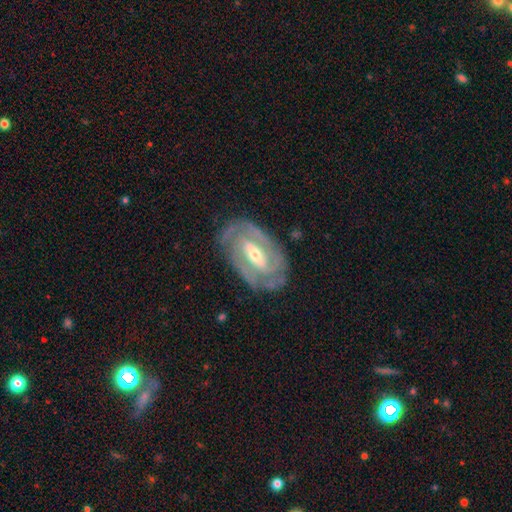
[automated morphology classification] Overall: featured or disk (87%). Edge-on disk: no (95%). Bar: strong (45%; weak 38%). Spiral arms: yes (94%). Spiral arm count: 2 (56%; can't tell 19%). Spiral winding: tight (64%; medium 30%). Bulge size: moderate (49%; small 46%). Merging: none (79%).